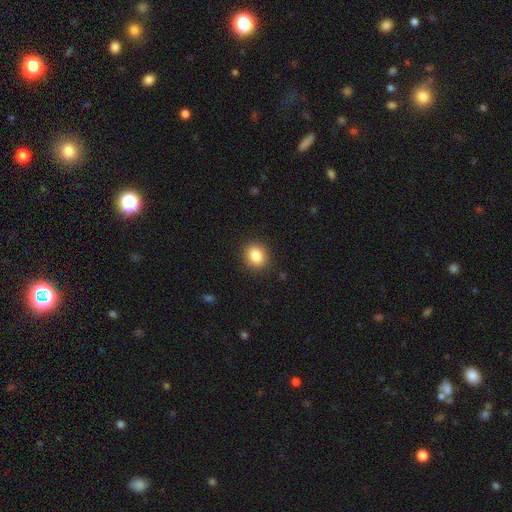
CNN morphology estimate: Q: Smooth or featured?
A: smooth (84%); runner-up: star or artifact (10%)
Q: How rounded?
A: round (72%); runner-up: in between (27%)
Q: Merging?
A: none (90%); runner-up: minor disturbance (7%)